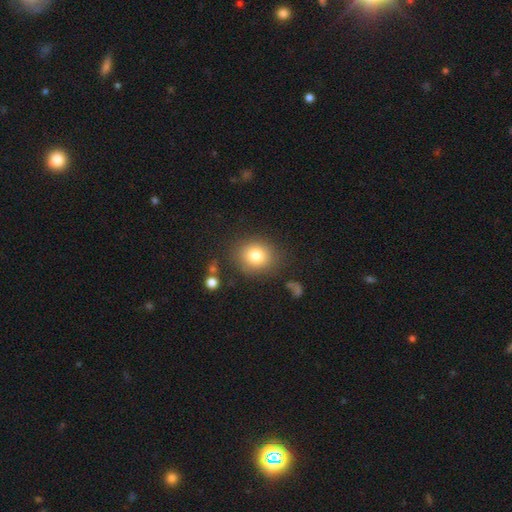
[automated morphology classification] Q: Smooth or featured?
A: smooth (79%); runner-up: star or artifact (11%)
Q: How rounded?
A: round (74%); runner-up: in between (25%)
Q: Merging?
A: none (81%); runner-up: minor disturbance (11%)